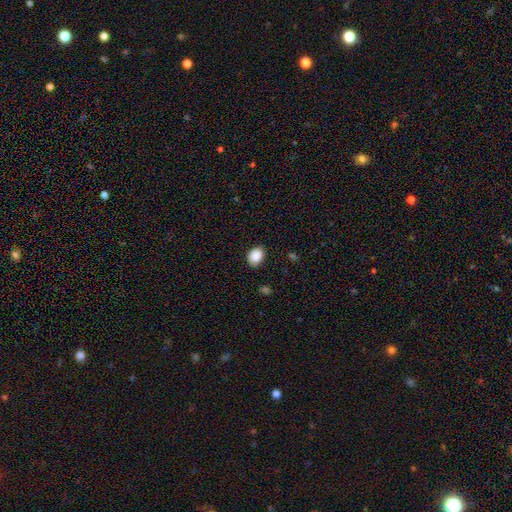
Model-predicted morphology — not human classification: This is clearly a smooth galaxy (89%). How rounded: likely in between (67%). Merging: clearly none (83%).